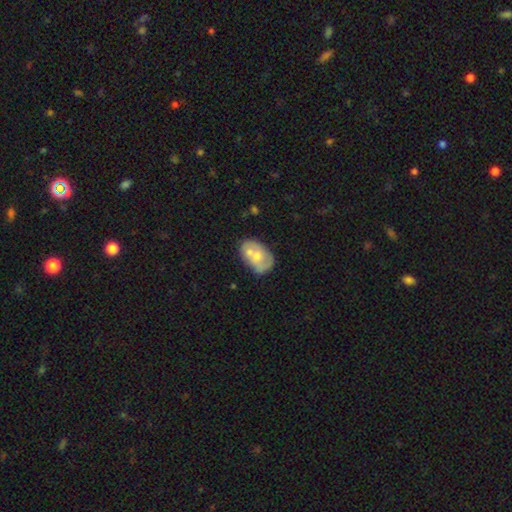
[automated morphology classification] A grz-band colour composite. It shows a smooth galaxy with no disk features (53%) that is in between round and cigar-shaped (85%). Merging: none (37%).